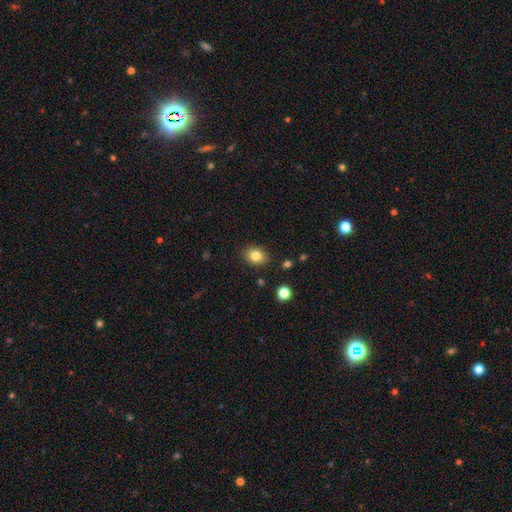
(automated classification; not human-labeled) Morphology: type=smooth (82%); roundness=in between (54%); merging=none (86%).